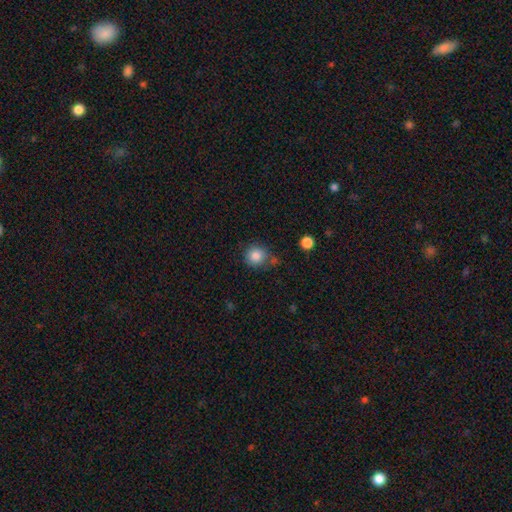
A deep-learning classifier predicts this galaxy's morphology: Smooth or featured?
  - smooth: 85% *
  - star or artifact: 10%
  - featured or disk: 5%
How rounded?
  - round: 92% *
  - in between: 7%
  - cigar-shaped: 1%
Merging?
  - none: 75% *
  - minor disturbance: 14%
  - merger: 8%
  - major disturbance: 4%